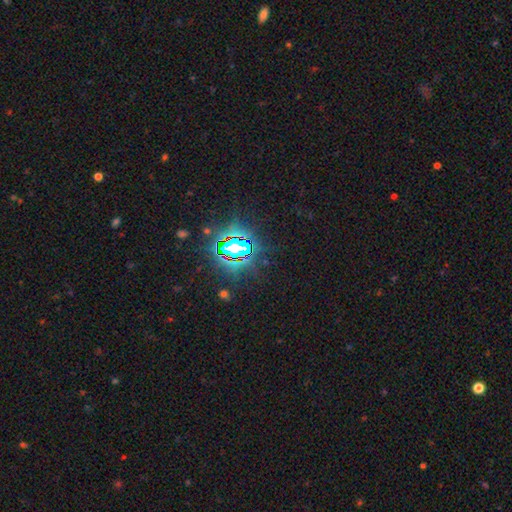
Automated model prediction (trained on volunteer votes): The model was most divided on "smooth or featured": star or artifact: 86%, smooth: 8%, featured or disk: 6%.